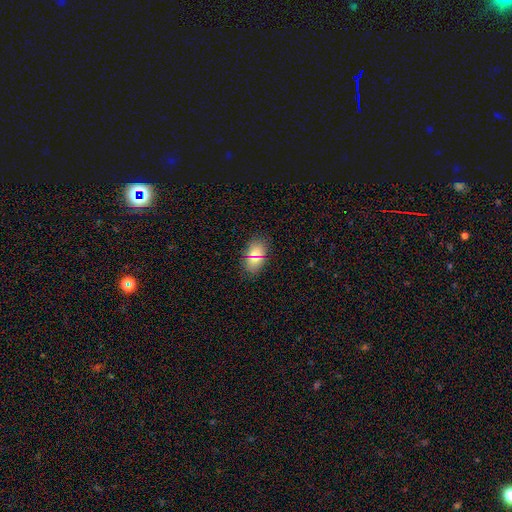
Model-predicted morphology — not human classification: Smooth or featured? smooth (73%)
How rounded? in between (86%)
Merging? none (87%)